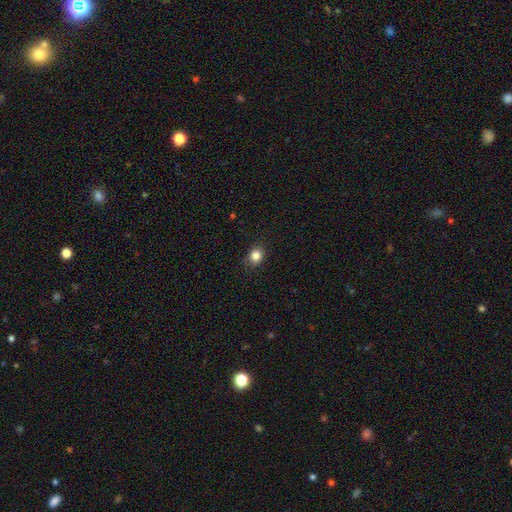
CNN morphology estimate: Smooth or featured?
  - smooth: 84% *
  - star or artifact: 11%
  - featured or disk: 5%
How rounded?
  - round: 70% *
  - in between: 29%
  - cigar-shaped: 1%
Merging?
  - none: 85% *
  - minor disturbance: 11%
  - major disturbance: 3%
  - merger: 1%